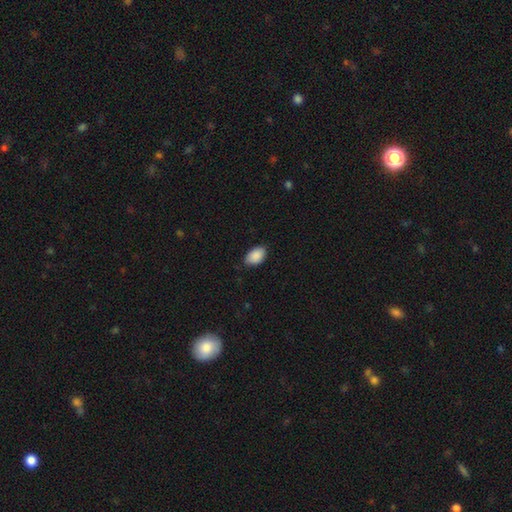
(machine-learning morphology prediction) Smooth or featured: smooth — 90% (star or artifact — 7%)
How rounded: in between — 92% (round — 7%)
Merging: none — 79% (minor disturbance — 17%)